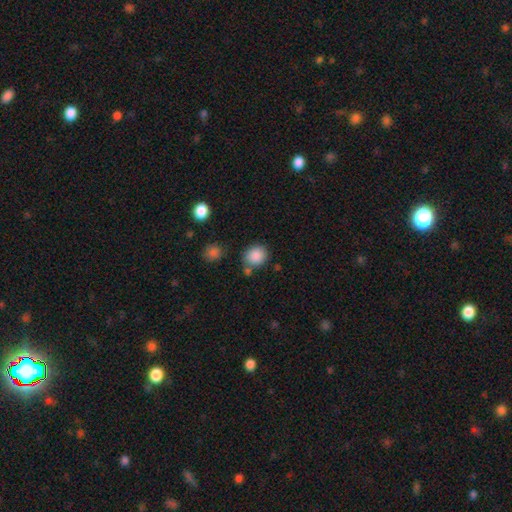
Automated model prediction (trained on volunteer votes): The model was most divided on "how rounded": round: 71%, in between: 28%, cigar-shaped: 1%. More confident: smooth or featured — smooth (87%); merging — none (73%).